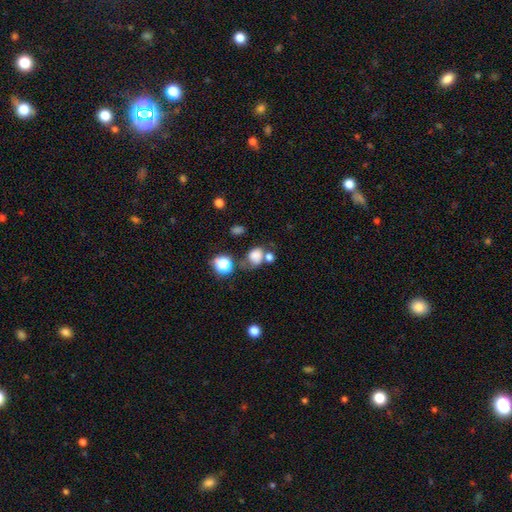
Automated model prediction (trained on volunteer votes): A smooth galaxy with no disk features (75%) that is round (50%). Merging: none (42%).